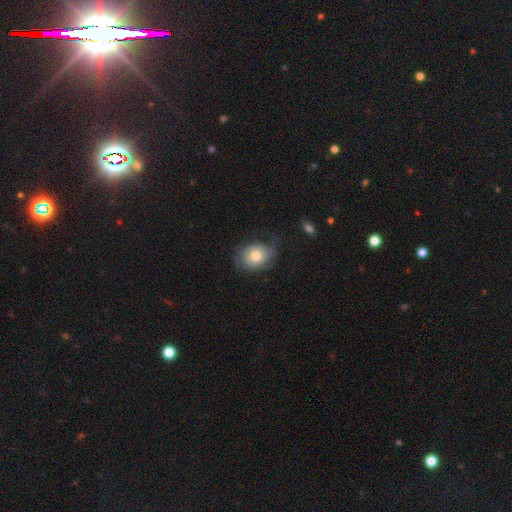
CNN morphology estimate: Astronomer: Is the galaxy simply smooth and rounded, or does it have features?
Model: smooth — 59%.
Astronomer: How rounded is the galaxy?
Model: round — 52% (runner-up: in between, 47%).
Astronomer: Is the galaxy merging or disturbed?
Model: none — 43% (runner-up: minor disturbance, 31%).